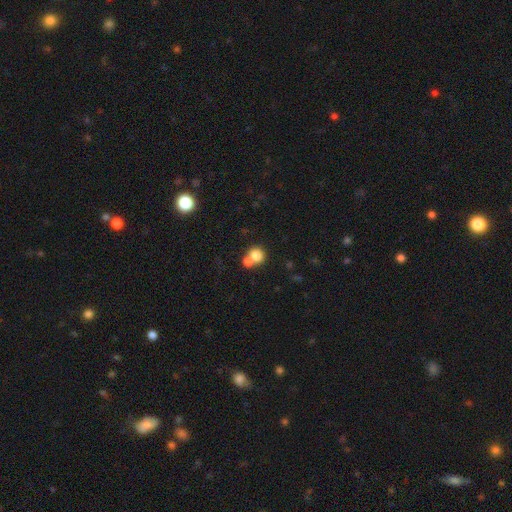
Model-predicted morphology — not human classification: Q: Smooth or featured?
A: smooth (79%); runner-up: featured or disk (11%)
Q: How rounded?
A: round (82%); runner-up: in between (17%)
Q: Merging?
A: none (46%); runner-up: merger (43%)